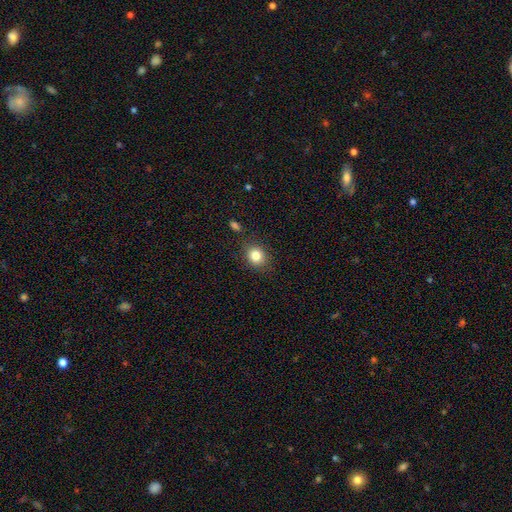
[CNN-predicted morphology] Q: Smooth or featured?
A: smooth (83%); runner-up: star or artifact (10%)
Q: How rounded?
A: round (66%); runner-up: in between (33%)
Q: Merging?
A: none (84%); runner-up: minor disturbance (11%)